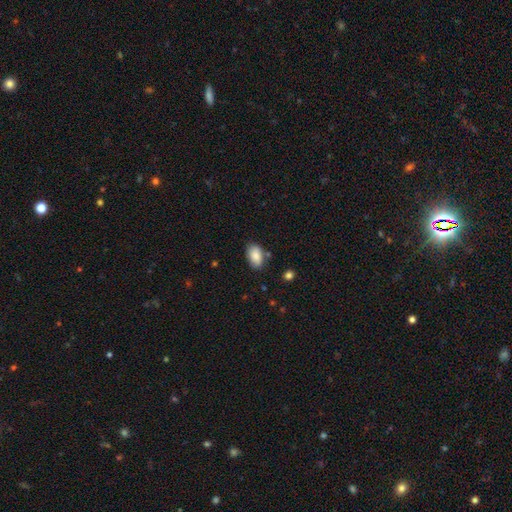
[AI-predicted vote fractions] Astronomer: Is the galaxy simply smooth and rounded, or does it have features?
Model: smooth — 86%.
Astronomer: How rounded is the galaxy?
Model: in between — 92%.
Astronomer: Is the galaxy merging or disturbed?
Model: none — 76%.